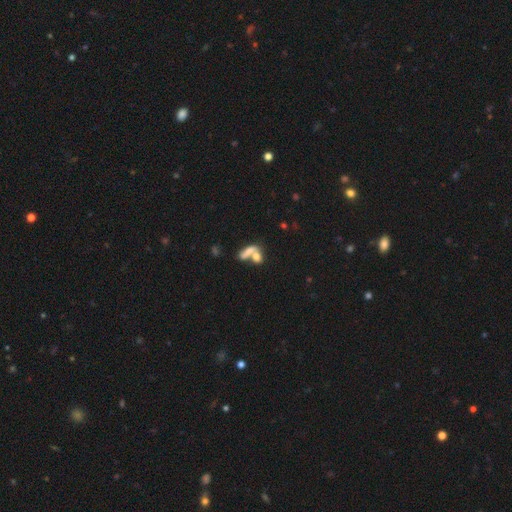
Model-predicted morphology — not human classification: This is likely a smooth galaxy (66%). How rounded: likely in between (62%). Merging: possibly merger (59%).